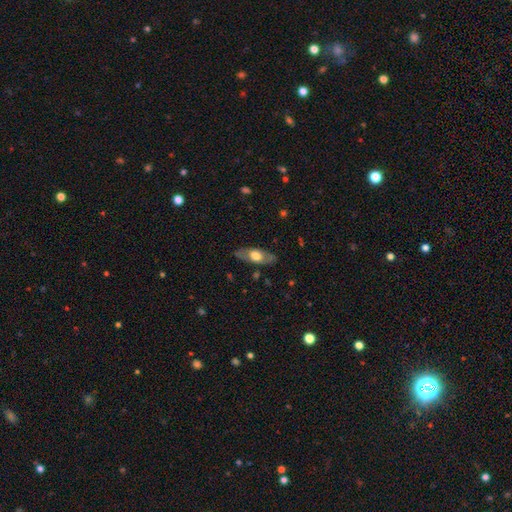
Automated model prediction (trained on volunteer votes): smooth-or-featured: smooth: 50% | featured or disk: 44% | star or artifact: 5%
  how-rounded: in between: 77% | cigar-shaped: 18% | round: 4%
  merging: none: 82% | minor disturbance: 14% | major disturbance: 4% | merger: 1%